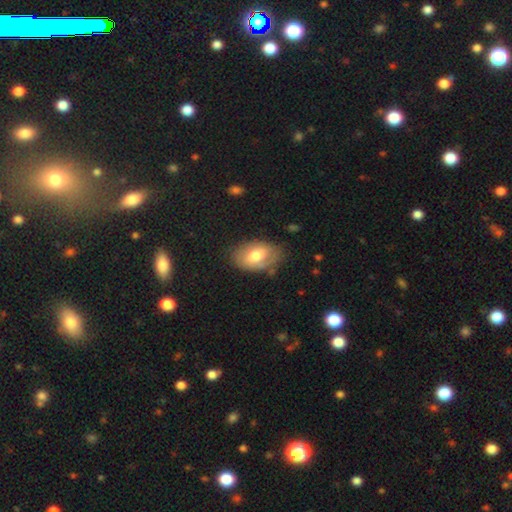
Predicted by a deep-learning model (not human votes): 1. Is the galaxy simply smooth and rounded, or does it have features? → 65% smooth, 28% featured or disk, 7% star or artifact.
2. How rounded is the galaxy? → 89% in between, 10% round, 1% cigar-shaped.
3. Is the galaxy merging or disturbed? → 71% none, 21% minor disturbance, 6% major disturbance, 2% merger.